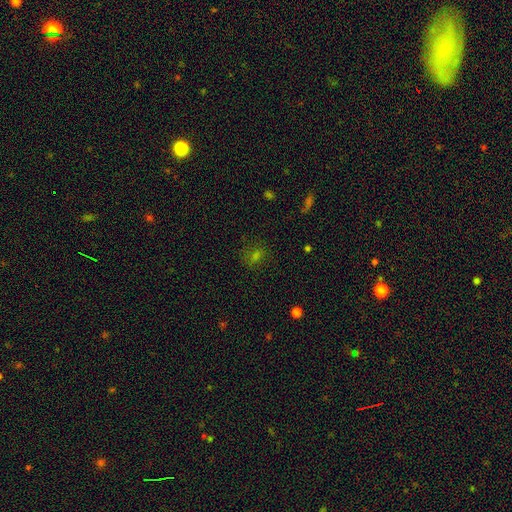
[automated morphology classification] A smooth galaxy with no disk features (52%) that is round (56%). Merging: none (77%).